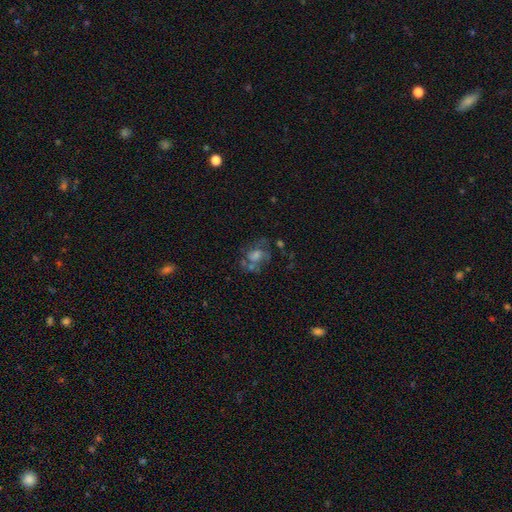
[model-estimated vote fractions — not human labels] Q: Smooth or featured?
A: featured or disk (51%); runner-up: smooth (33%)
Q: Edge-on disk?
A: no (97%); runner-up: yes (3%)
Q: Merging?
A: none (42%); runner-up: major disturbance (24%)